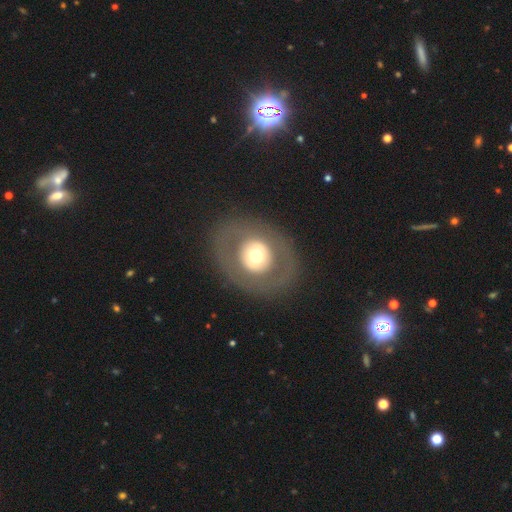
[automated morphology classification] Smooth or featured?
  - featured or disk: 47% *
  - smooth: 46%
  - star or artifact: 7%
Merging?
  - none: 83% *
  - minor disturbance: 8%
  - major disturbance: 8%
  - merger: 1%